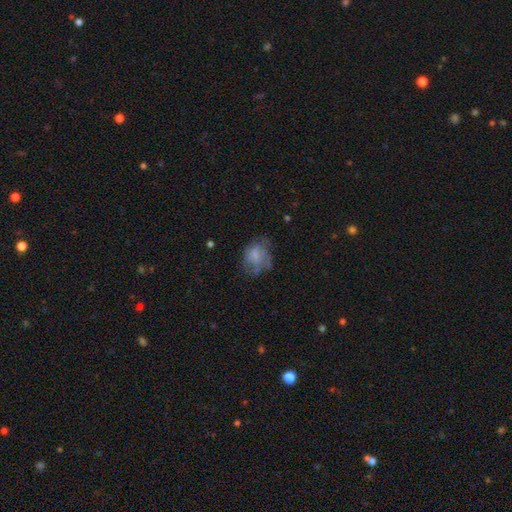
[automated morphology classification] A smooth galaxy with no disk features (54%) that is in between round and cigar-shaped (52%).

Vote fractions:
- Smooth or featured? smooth: 54% / featured or disk: 35% / star or artifact: 12%
- How rounded? in between: 52% / round: 47% / cigar-shaped: 1%
- Merging? none: 46% / minor disturbance: 26% / major disturbance: 25% / merger: 3%